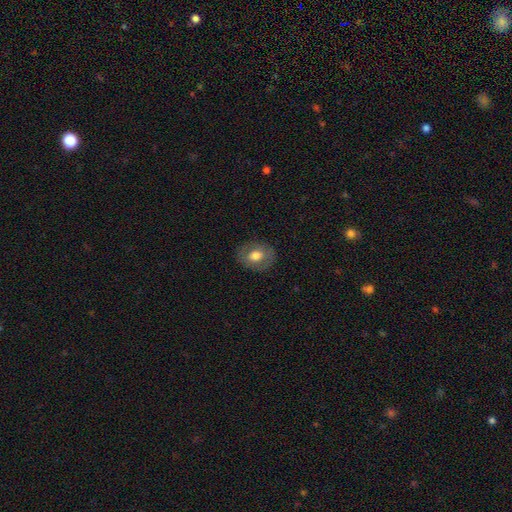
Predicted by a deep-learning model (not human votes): A smooth galaxy with no disk features (62%) that is round (53%).

Vote fractions:
- Smooth or featured? smooth: 62% / featured or disk: 31% / star or artifact: 8%
- How rounded? round: 53% / in between: 46% / cigar-shaped: 1%
- Merging? none: 84% / minor disturbance: 11% / major disturbance: 4% / merger: 1%